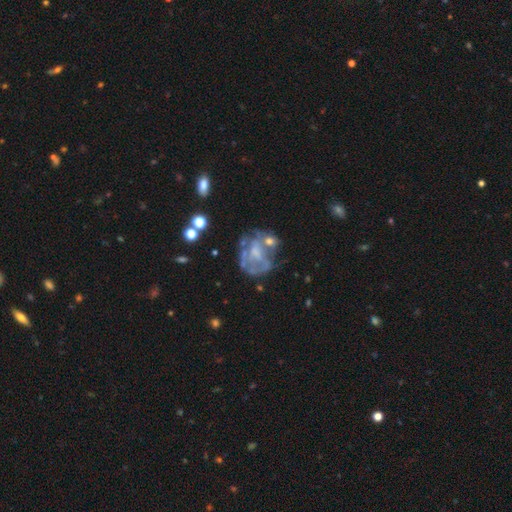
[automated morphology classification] Smooth or featured?
  - featured or disk: 66% *
  - smooth: 23%
  - star or artifact: 12%
Edge-on disk?
  - no: 98% *
  - yes: 2%
Bar?
  - no: 74% *
  - weak: 20%
  - strong: 6%
Spiral arms?
  - no: 76% *
  - yes: 24%
Bulge size?
  - none: 51% *
  - moderate: 23%
  - small: 22%
  - large: 4%
  - dominant: 1%
Merging?
  - none: 37% *
  - major disturbance: 28%
  - minor disturbance: 20%
  - merger: 15%